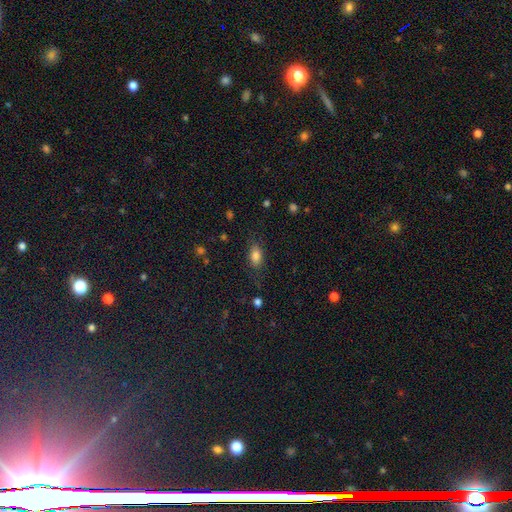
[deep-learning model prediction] Overall: smooth (82%). How rounded: in between (87%). Merging: none (79%).